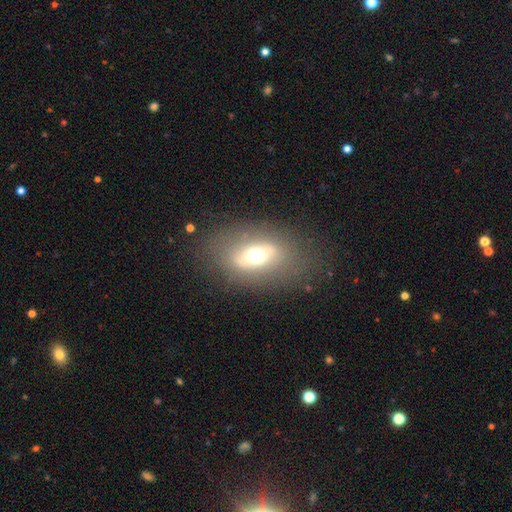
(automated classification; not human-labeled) The model was most divided on "smooth or featured": smooth: 50%, featured or disk: 39%, star or artifact: 12%. More confident: merging — none (77%).